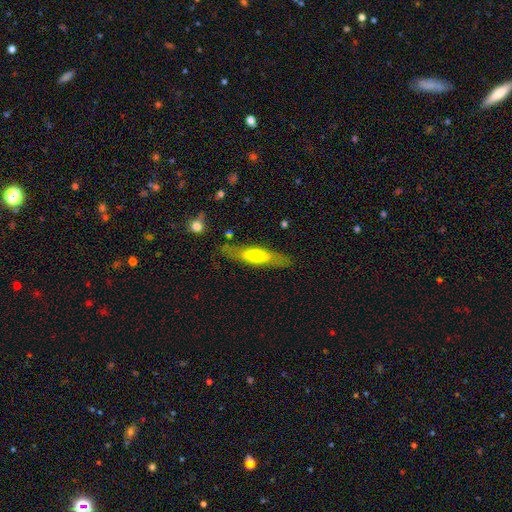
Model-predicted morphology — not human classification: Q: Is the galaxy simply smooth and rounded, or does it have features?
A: smooth — 49%.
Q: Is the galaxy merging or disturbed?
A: none — 78%.